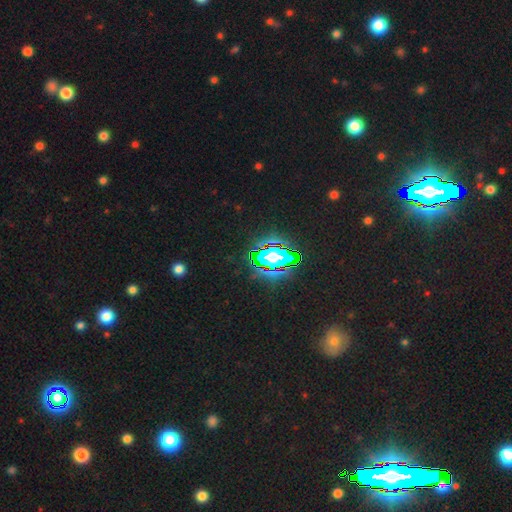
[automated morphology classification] The model was most divided on "smooth or featured": star or artifact: 82%, smooth: 10%, featured or disk: 8%.